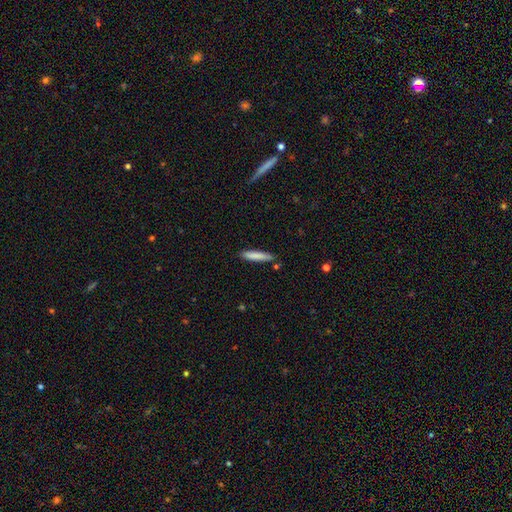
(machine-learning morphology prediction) A smooth galaxy with no disk features (82%) that is cigar-shaped (89%).

Vote fractions:
- Smooth or featured? smooth: 82% / featured or disk: 12% / star or artifact: 6%
- How rounded? cigar-shaped: 89% / in between: 9% / round: 1%
- Merging? none: 83% / minor disturbance: 12% / merger: 3% / major disturbance: 2%